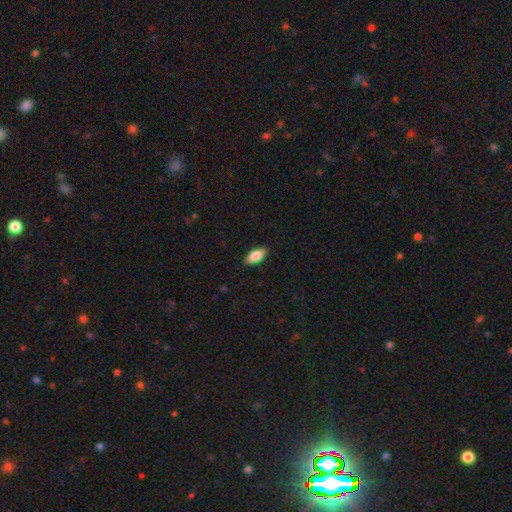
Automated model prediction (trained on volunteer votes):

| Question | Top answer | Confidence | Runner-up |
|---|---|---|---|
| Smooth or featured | smooth | 81% | featured or disk (12%) |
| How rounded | in between | 85% | cigar-shaped (12%) |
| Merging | none | 88% | minor disturbance (9%) |